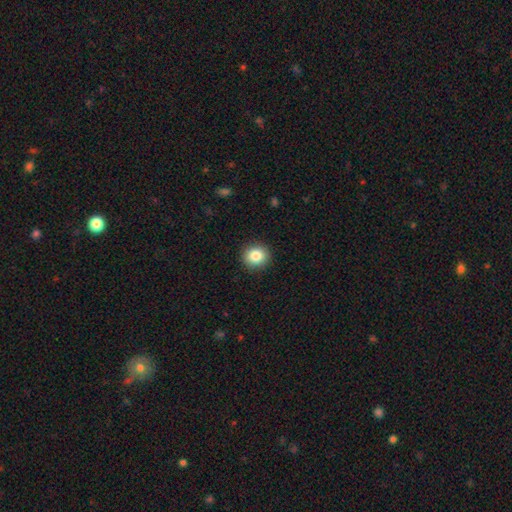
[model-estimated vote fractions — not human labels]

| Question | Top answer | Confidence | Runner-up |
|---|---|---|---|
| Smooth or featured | smooth | 85% | star or artifact (9%) |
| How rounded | round | 86% | in between (13%) |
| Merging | none | 91% | minor disturbance (6%) |